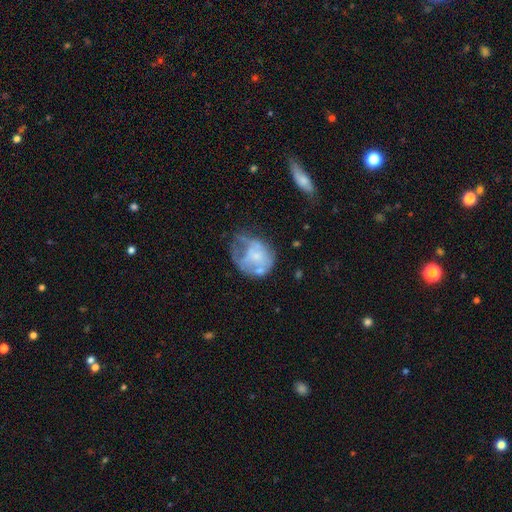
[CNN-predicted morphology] A featured or disk galaxy (51%) with no bar (86%), no spiral arms (78%) and a small central bulge (45%).

Vote fractions:
- Smooth or featured? featured or disk: 51% / smooth: 40% / star or artifact: 9%
- Edge-on disk? no: 98% / yes: 2%
- Bar? no: 86% / weak: 12% / strong: 2%
- Spiral arms? no: 78% / yes: 22%
- Bulge size? small: 45% / none: 28% / moderate: 23% / large: 3% / dominant: 1%
- Merging? major disturbance: 35% / none: 28% / minor disturbance: 27% / merger: 9%